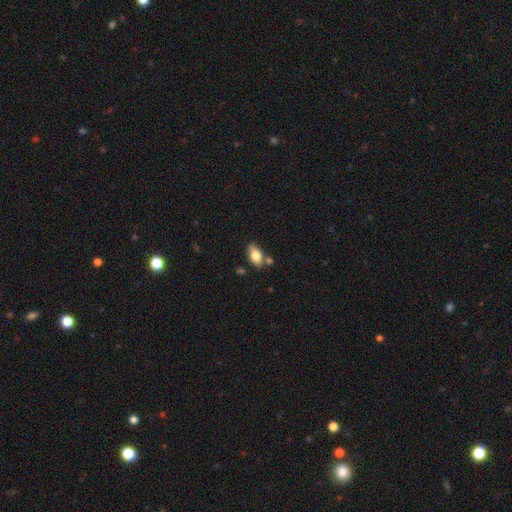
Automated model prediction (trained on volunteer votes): Overall: smooth (79%). How rounded: in between (91%). Merging: none (73%).